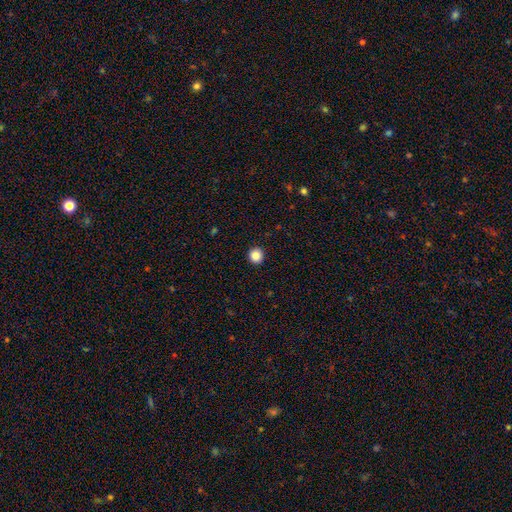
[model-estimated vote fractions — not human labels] Smooth or featured? smooth (88%)
How rounded? round (92%)
Merging? none (93%)